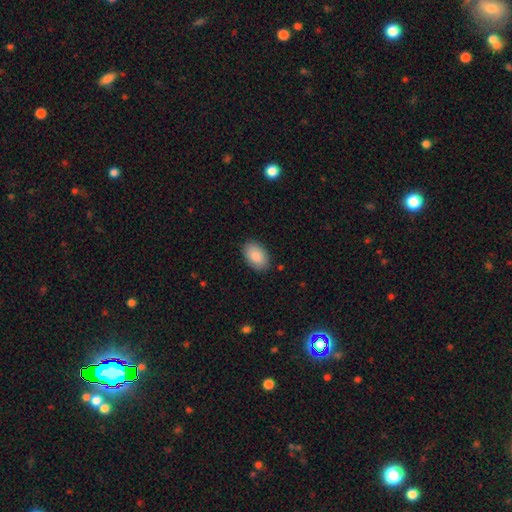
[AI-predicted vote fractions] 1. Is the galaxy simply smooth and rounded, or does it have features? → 88% smooth, 6% star or artifact, 5% featured or disk.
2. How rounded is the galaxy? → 93% in between, 6% round, 1% cigar-shaped.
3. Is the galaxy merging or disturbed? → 87% none, 10% minor disturbance, 2% major disturbance, 1% merger.